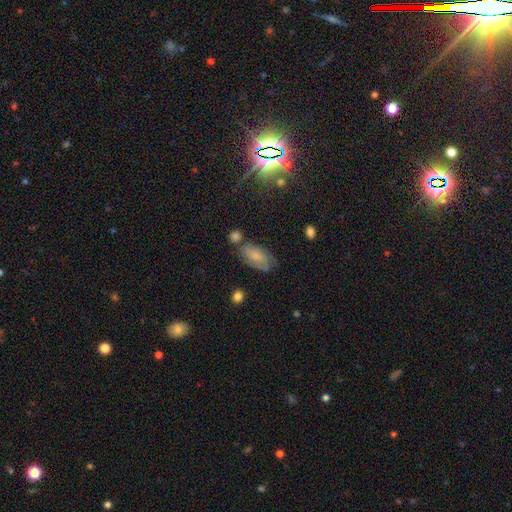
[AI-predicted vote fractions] The model was most divided on "smooth or featured": smooth: 50%, featured or disk: 38%, star or artifact: 12%. More confident: merging — none (58%).